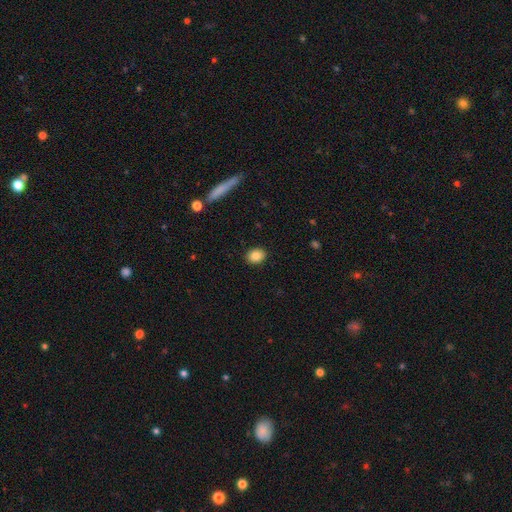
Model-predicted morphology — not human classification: A smooth galaxy with no disk features (86%) that is in between round and cigar-shaped (57%). Merging: none (90%).